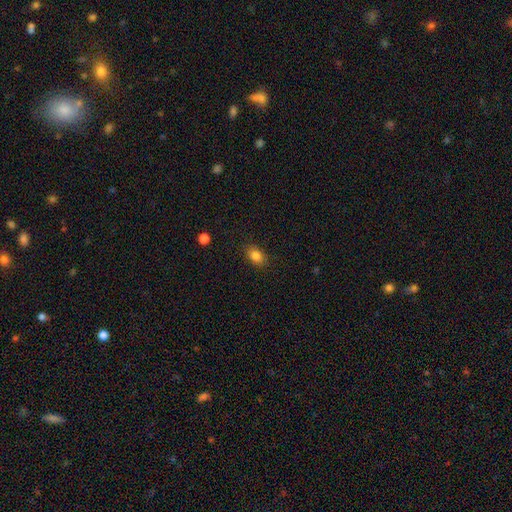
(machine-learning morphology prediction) smooth-or-featured: smooth: 85% | star or artifact: 10% | featured or disk: 6%
  how-rounded: in between: 83% | round: 15% | cigar-shaped: 2%
  merging: none: 87% | minor disturbance: 10% | major disturbance: 3% | merger: 1%